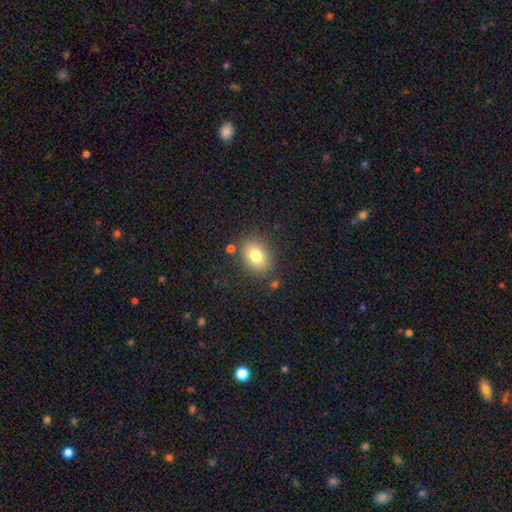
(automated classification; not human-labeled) The model was most divided on "how rounded": in between: 71%, round: 28%, cigar-shaped: 1%. More confident: merging — none (82%); smooth or featured — smooth (79%).